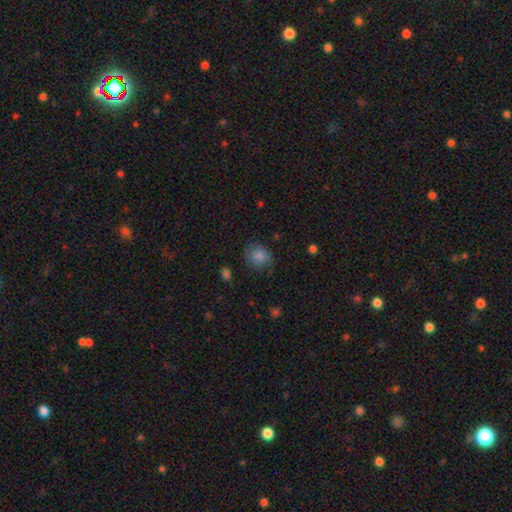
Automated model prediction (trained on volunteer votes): The model was most divided on "how rounded": round: 68%, in between: 31%, cigar-shaped: 1%. More confident: merging — none (82%); smooth or featured — smooth (74%).